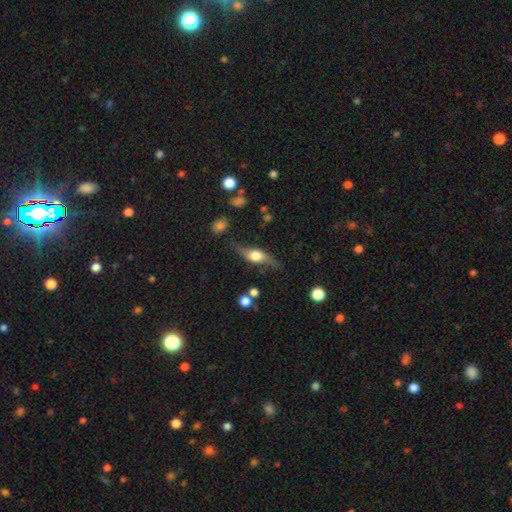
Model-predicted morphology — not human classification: Smooth or featured? Predicted: featured or disk (p=0.58). Edge-on disk? Predicted: yes (p=0.72). Merging? Predicted: none (p=0.68).